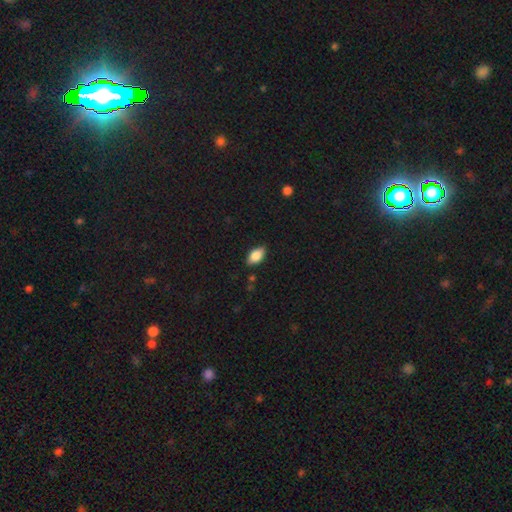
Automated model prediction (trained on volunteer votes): smooth-or-featured: smooth: 85% | featured or disk: 8% | star or artifact: 7%
  how-rounded: in between: 92% | round: 5% | cigar-shaped: 3%
  merging: none: 83% | minor disturbance: 13% | major disturbance: 2% | merger: 1%